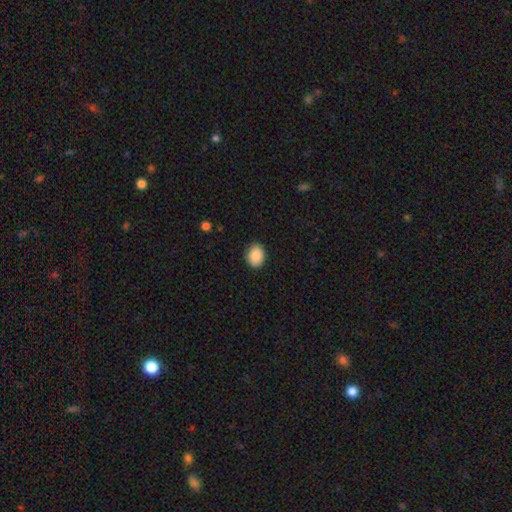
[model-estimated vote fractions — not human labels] Q: Smooth or featured?
A: smooth (90%); runner-up: star or artifact (7%)
Q: How rounded?
A: in between (50%); runner-up: round (49%)
Q: Merging?
A: none (89%); runner-up: minor disturbance (8%)